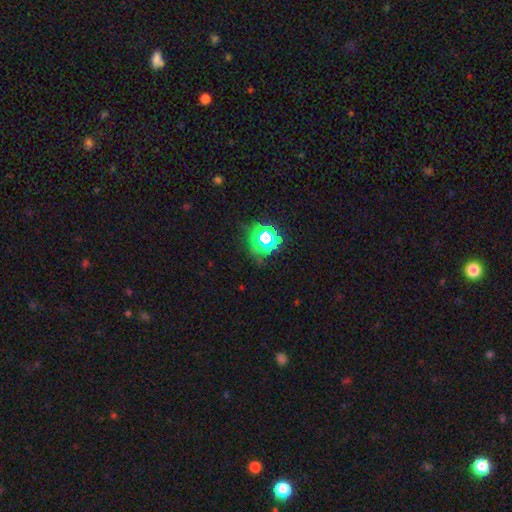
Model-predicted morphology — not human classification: The model was most divided on "smooth or featured": star or artifact: 59%, smooth: 33%, featured or disk: 9%.